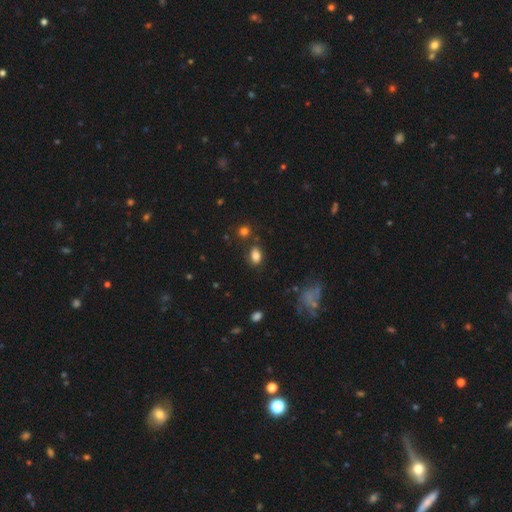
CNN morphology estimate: smooth_or_featured: smooth (p=0.83) [alt: star or artifact p=0.11]
how_rounded: in between (p=0.81) [alt: round p=0.17]
merging: none (p=0.79) [alt: minor disturbance p=0.13]